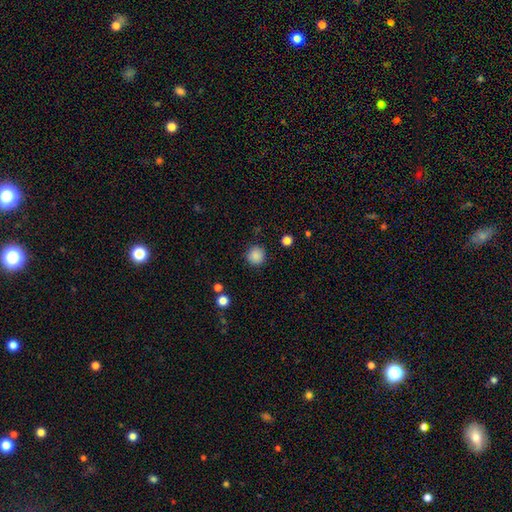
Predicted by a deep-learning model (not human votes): This appears to be a smooth galaxy with no disk features (87%) that is round (93%). Merging: none (88%).